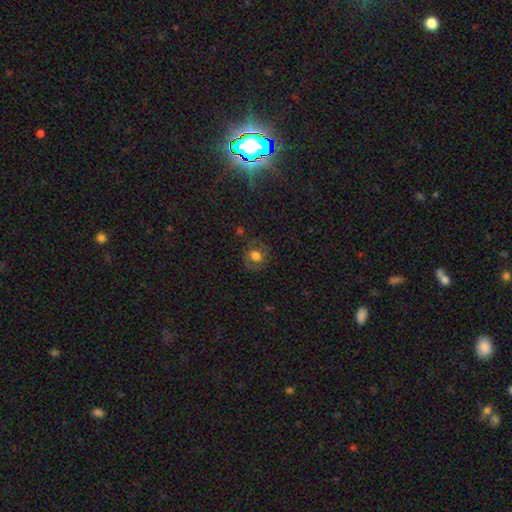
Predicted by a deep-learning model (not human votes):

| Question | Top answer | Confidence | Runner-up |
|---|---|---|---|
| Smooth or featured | smooth | 63% | featured or disk (24%) |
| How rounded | round | 77% | in between (22%) |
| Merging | none | 79% | minor disturbance (14%) |